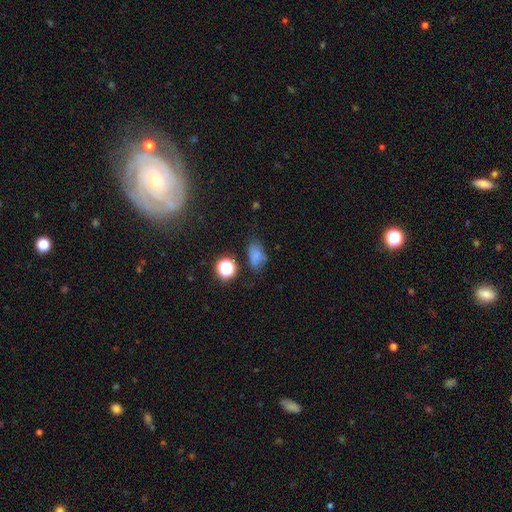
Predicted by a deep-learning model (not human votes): smooth 69%, star or artifact 20%, featured or disk 11%. Down the decision tree: how rounded — in between (79%); merging — none (56%).